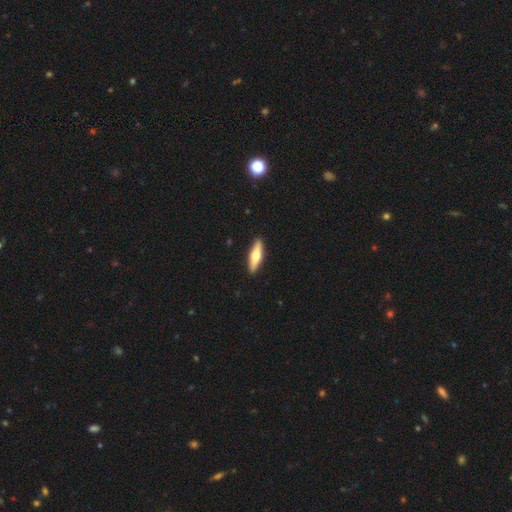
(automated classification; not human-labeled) Smooth or featured? Predicted: smooth (p=0.53). How rounded? Predicted: cigar-shaped (p=0.66). Merging? Predicted: none (p=0.91).